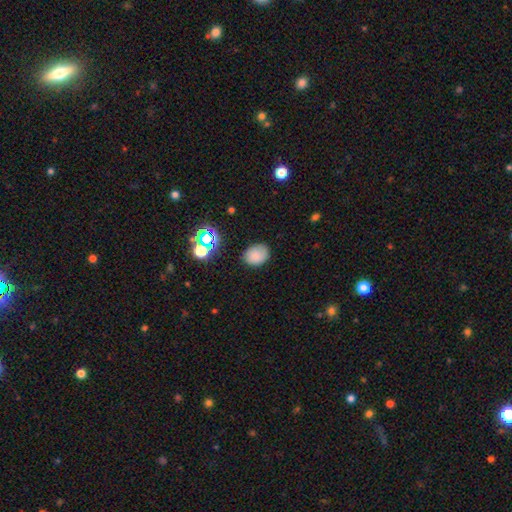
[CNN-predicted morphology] Smooth or featured: smooth — 78% (star or artifact — 14%)
How rounded: in between — 59% (round — 40%)
Merging: none — 77% (minor disturbance — 17%)